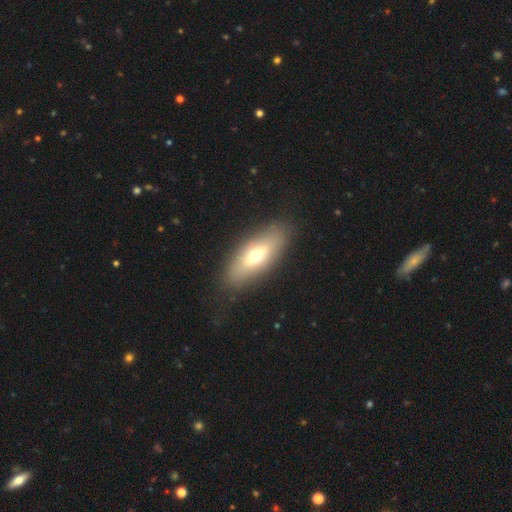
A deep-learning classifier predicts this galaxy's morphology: A smooth galaxy with no disk features (57%) that is in between round and cigar-shaped (70%). Merging: none (86%).